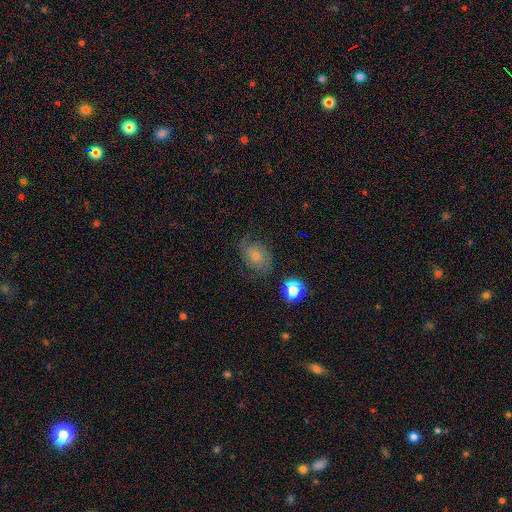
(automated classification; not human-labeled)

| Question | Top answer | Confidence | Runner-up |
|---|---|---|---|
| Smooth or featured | featured or disk | 58% | smooth (27%) |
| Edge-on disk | no | 97% | yes (3%) |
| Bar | no | 77% | weak (20%) |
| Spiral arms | yes | 90% | no (10%) |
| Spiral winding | medium | 42% | tight (38%) |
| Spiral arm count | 2 | 66% | can't tell (18%) |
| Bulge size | small | 43% | moderate (42%) |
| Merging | none | 71% | minor disturbance (18%) |